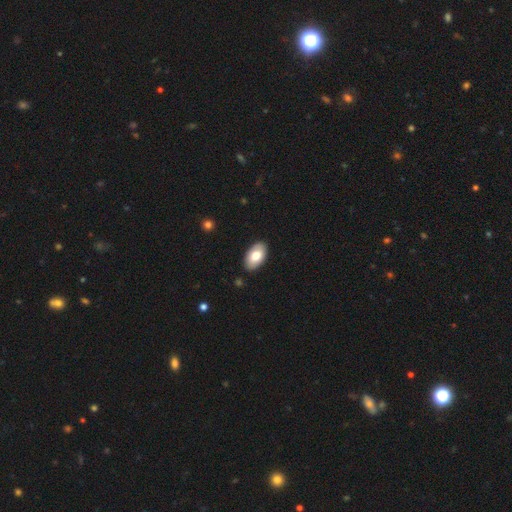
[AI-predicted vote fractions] A smooth galaxy with no disk features (76%) that is in between round and cigar-shaped (95%). Merging: none (88%).